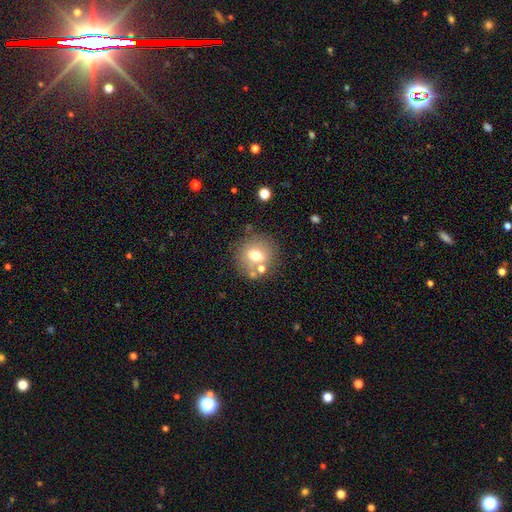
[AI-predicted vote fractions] smooth_or_featured: smooth (p=0.62) [alt: featured or disk p=0.26]
how_rounded: round (p=0.78) [alt: in between p=0.21]
merging: none (p=0.71) [alt: minor disturbance p=0.13]